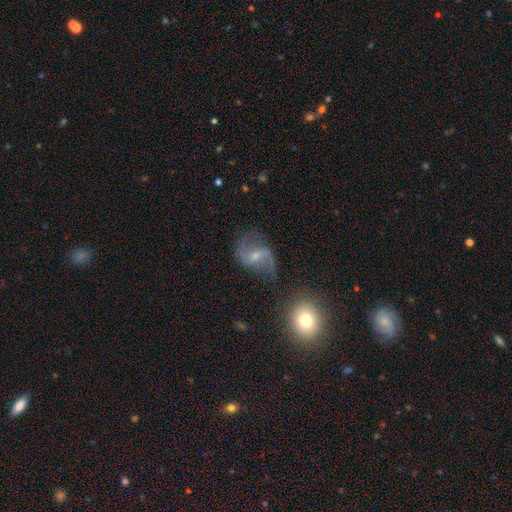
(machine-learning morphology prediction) Smooth or featured: featured or disk — 80% (smooth — 12%)
Edge-on disk: no — 97% (yes — 3%)
Bar: weak — 53% (no — 24%)
Spiral arms: yes — 93% (no — 7%)
Spiral winding: loose — 71% (medium — 24%)
Spiral arm count: 2 — 89% (1 — 4%)
Bulge size: small — 55% (moderate — 35%)
Merging: none — 58% (minor disturbance — 20%)